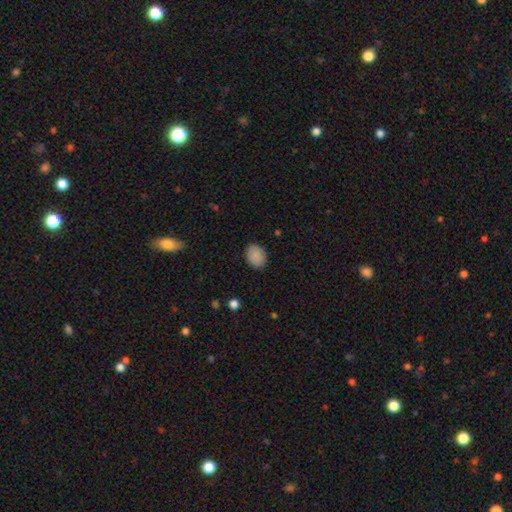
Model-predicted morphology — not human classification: This is clearly a smooth galaxy (89%). How rounded: likely in between (65%). Merging: clearly none (87%).